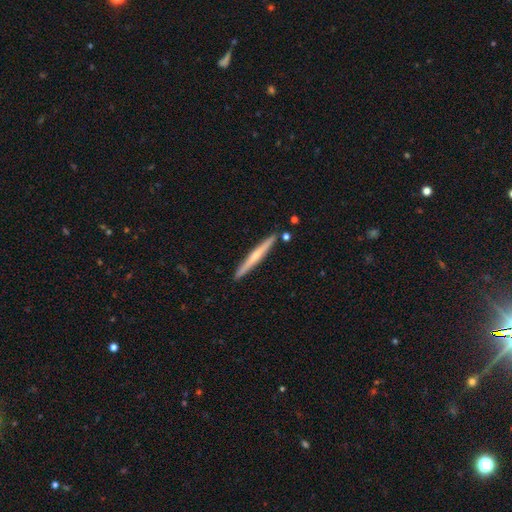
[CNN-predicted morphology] smooth-or-featured: featured or disk: 55% | smooth: 40% | star or artifact: 5%
  disk-edge-on: yes: 97% | no: 3%
    edge-on-bulge: rounded: 53% | none: 42% | boxy: 5%
  merging: none: 90% | minor disturbance: 6% | merger: 2% | major disturbance: 1%